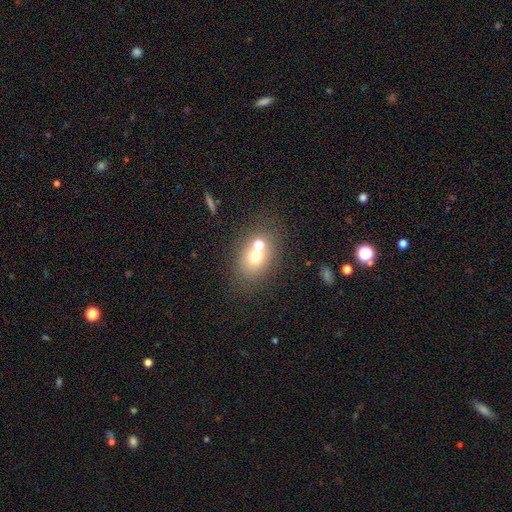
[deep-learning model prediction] A smooth galaxy with no disk features (64%) that is in between round and cigar-shaped (52%).

Vote fractions:
- Smooth or featured? smooth: 64% / featured or disk: 22% / star or artifact: 14%
- How rounded? in between: 52% / round: 46% / cigar-shaped: 1%
- Merging? merger: 46% / none: 42% / minor disturbance: 8% / major disturbance: 4%